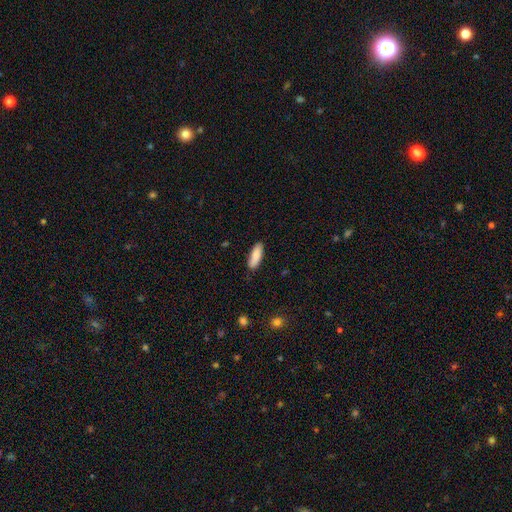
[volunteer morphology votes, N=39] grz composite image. It shows a smooth galaxy with no disk features (87%) that is in between round and cigar-shaped (68%). Merging: none (86%).